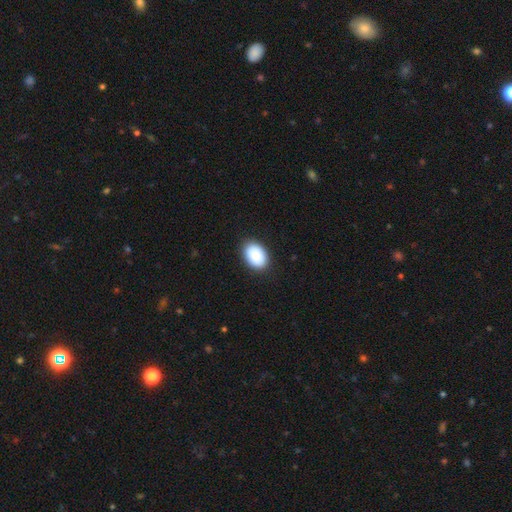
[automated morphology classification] type=smooth (80%); roundness=in between (80%); merging=none (87%).